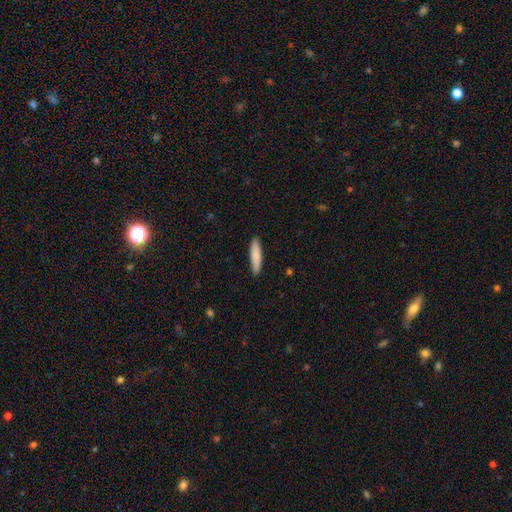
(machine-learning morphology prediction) smooth_or_featured: smooth (p=0.84) [alt: featured or disk p=0.10]
how_rounded: cigar-shaped (p=0.82) [alt: in between p=0.16]
merging: none (p=0.90) [alt: minor disturbance p=0.08]